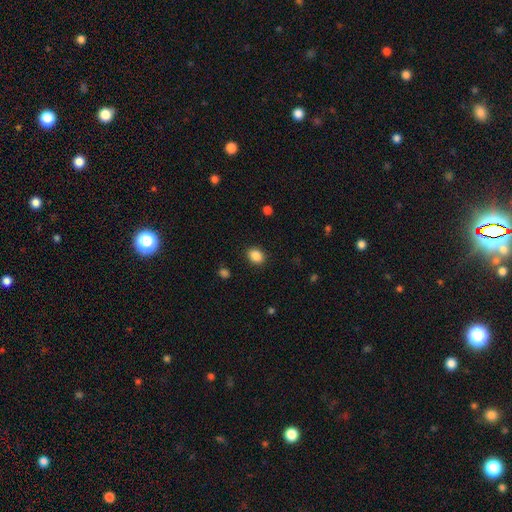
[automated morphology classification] Smooth or featured? smooth (87%)
How rounded? in between (62%)
Merging? none (88%)